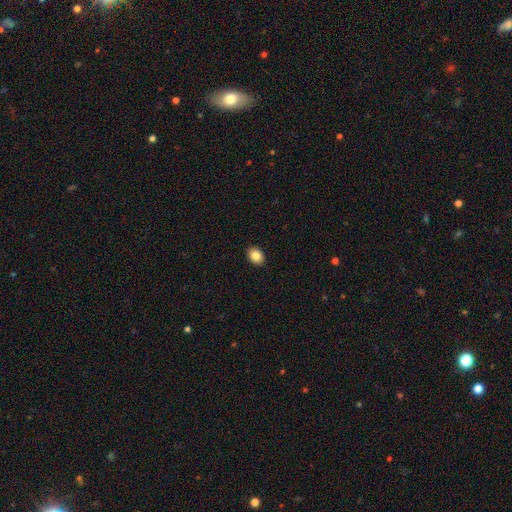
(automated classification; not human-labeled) This is clearly a smooth galaxy (85%). How rounded: likely in between (67%). Merging: clearly none (91%).